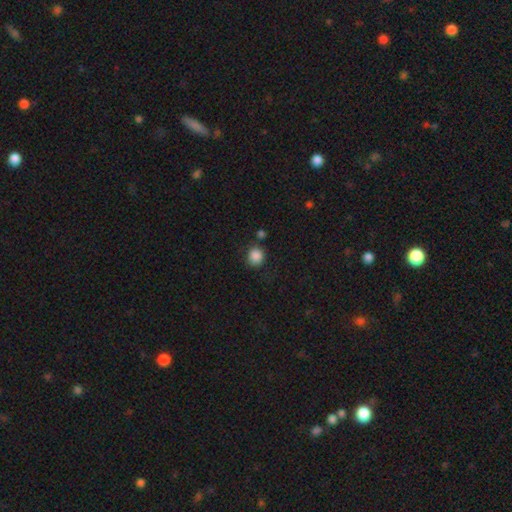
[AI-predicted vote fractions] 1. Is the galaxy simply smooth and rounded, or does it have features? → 87% smooth, 10% star or artifact, 4% featured or disk.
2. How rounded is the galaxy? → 80% round, 19% in between, 1% cigar-shaped.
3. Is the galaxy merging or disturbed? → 77% none, 13% minor disturbance, 6% merger, 4% major disturbance.